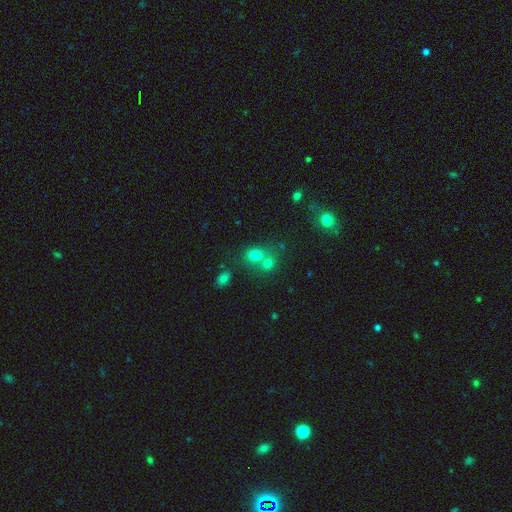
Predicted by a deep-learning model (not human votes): This is likely a smooth galaxy (65%). How rounded: likely round (66%). Merging: possibly merger (46%).